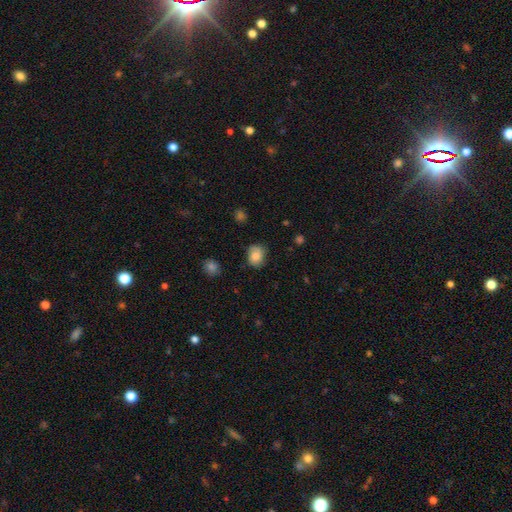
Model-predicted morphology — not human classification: smooth-or-featured: smooth: 80% | featured or disk: 12% | star or artifact: 9%
  how-rounded: round: 51% | in between: 48% | cigar-shaped: 1%
  merging: none: 69% | minor disturbance: 24% | major disturbance: 5% | merger: 2%